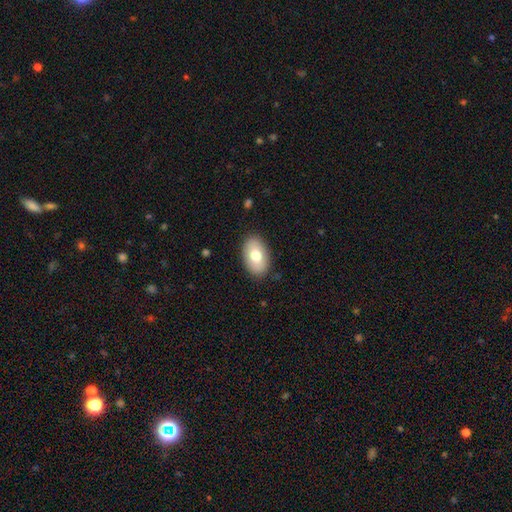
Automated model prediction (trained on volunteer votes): A smooth galaxy with no disk features (75%) that is in between round and cigar-shaped (92%).

Vote fractions:
- Smooth or featured? smooth: 75% / featured or disk: 18% / star or artifact: 6%
- How rounded? in between: 92% / round: 7% / cigar-shaped: 1%
- Merging? none: 87% / minor disturbance: 10% / major disturbance: 2% / merger: 1%